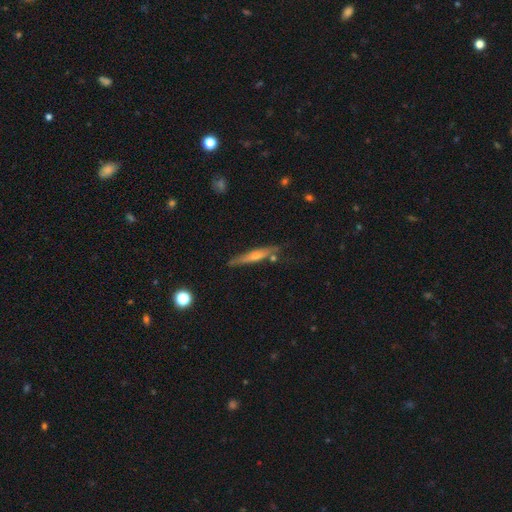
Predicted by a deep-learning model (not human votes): featured or disk 56%, smooth 36%, star or artifact 8%. Down the decision tree: edge-on disk — yes (92%); edge-on bulge — rounded (64%); merging — none (75%).